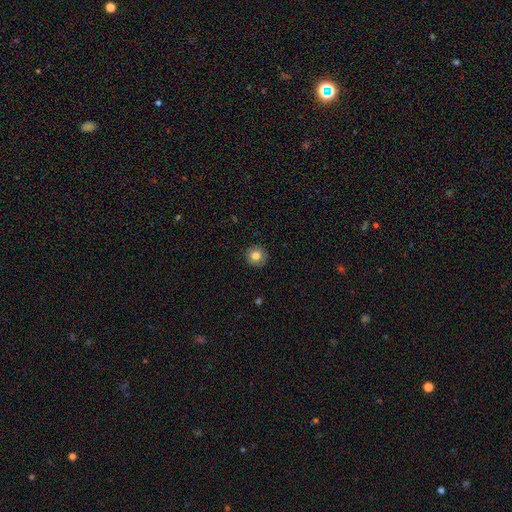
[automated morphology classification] A smooth galaxy with no disk features (81%) that is round (93%). Merging: none (91%).